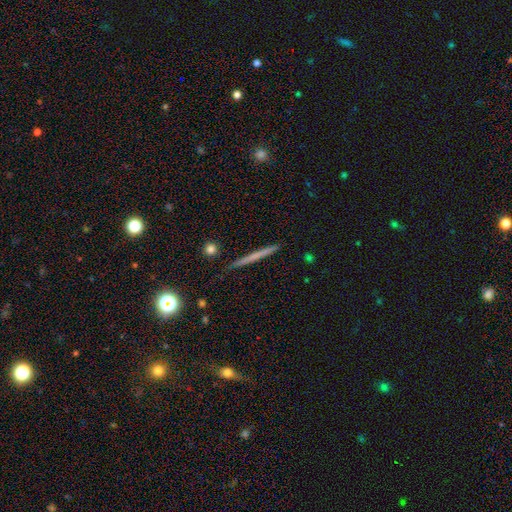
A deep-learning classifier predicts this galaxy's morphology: A smooth galaxy with no disk features (49%).

Vote fractions:
- Smooth or featured? smooth: 49% / featured or disk: 43% / star or artifact: 8%
- Merging? none: 91% / minor disturbance: 7% / major disturbance: 1% / merger: 1%